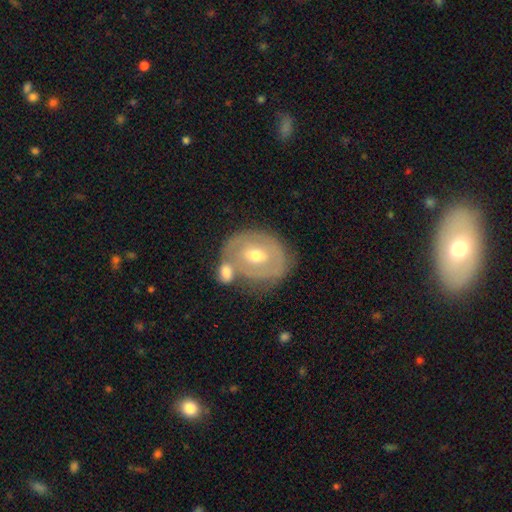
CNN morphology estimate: type=featured or disk (62%); edge-on=no (95%); bar=no (49%); spiral arms=no (56%); bulge=moderate (71%); merging=none (47%).